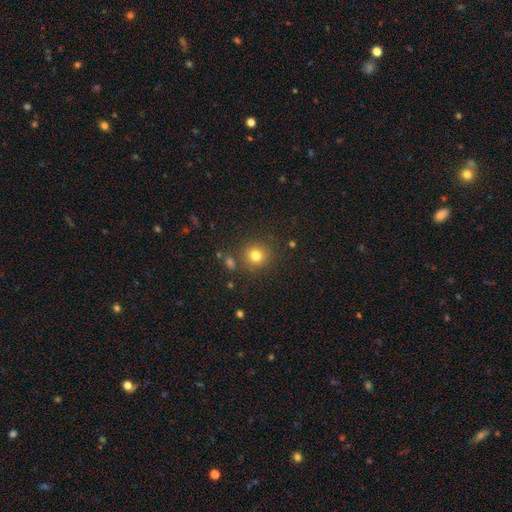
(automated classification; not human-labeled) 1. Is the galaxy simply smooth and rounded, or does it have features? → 79% smooth, 14% star or artifact, 7% featured or disk.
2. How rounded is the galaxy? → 91% round, 8% in between, 1% cigar-shaped.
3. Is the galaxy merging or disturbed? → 84% none, 8% minor disturbance, 5% merger, 3% major disturbance.